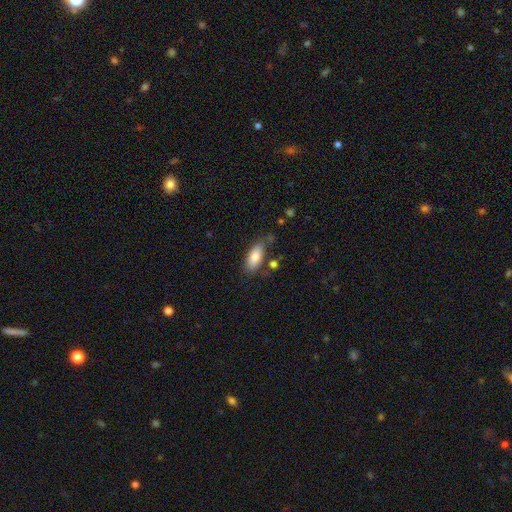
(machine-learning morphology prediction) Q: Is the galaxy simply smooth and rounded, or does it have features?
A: smooth — 81%.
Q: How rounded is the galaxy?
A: in between — 83%.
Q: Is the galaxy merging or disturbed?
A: none — 74%.